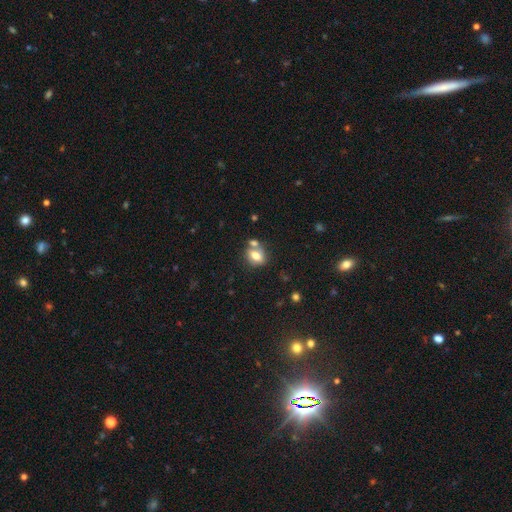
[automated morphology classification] Smooth or featured?
  - smooth: 70% *
  - featured or disk: 20%
  - star or artifact: 10%
How rounded?
  - in between: 58% *
  - round: 40%
  - cigar-shaped: 2%
Merging?
  - none: 53% *
  - merger: 29%
  - minor disturbance: 13%
  - major disturbance: 5%